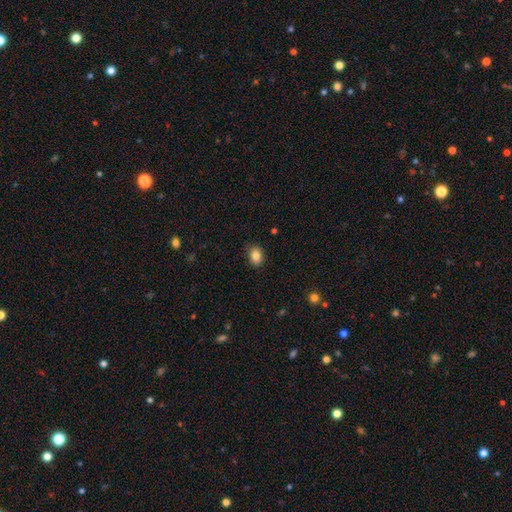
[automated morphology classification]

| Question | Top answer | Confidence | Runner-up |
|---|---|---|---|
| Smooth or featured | smooth | 84% | star or artifact (9%) |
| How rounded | in between | 73% | round (26%) |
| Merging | none | 85% | minor disturbance (11%) |